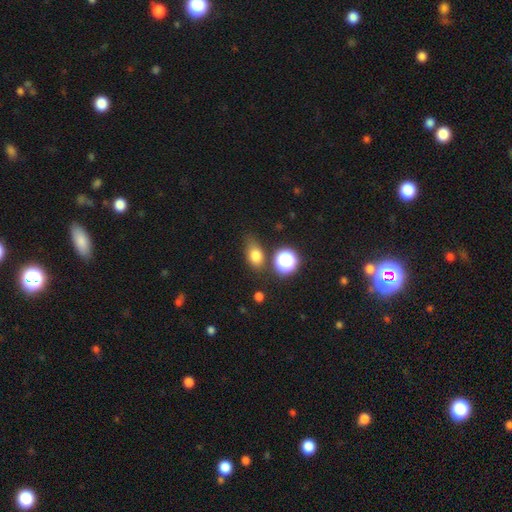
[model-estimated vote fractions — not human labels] The model was most divided on "how rounded": in between: 68%, round: 29%, cigar-shaped: 3%. More confident: smooth or featured — smooth (77%); merging — none (63%).